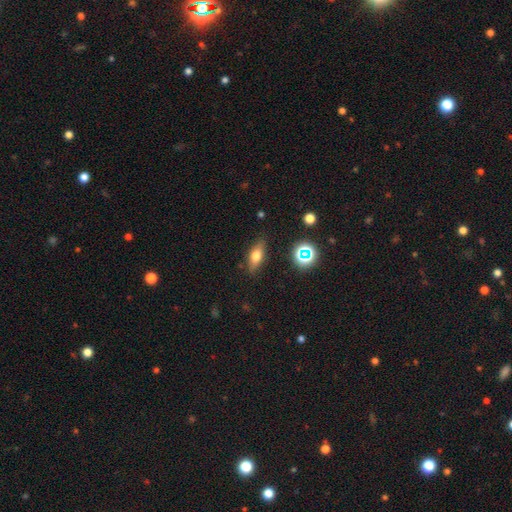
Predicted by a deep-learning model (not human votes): smooth-or-featured: smooth: 62% | featured or disk: 26% | star or artifact: 12%
  how-rounded: in between: 64% | cigar-shaped: 28% | round: 7%
  merging: none: 84% | minor disturbance: 12% | major disturbance: 3% | merger: 2%